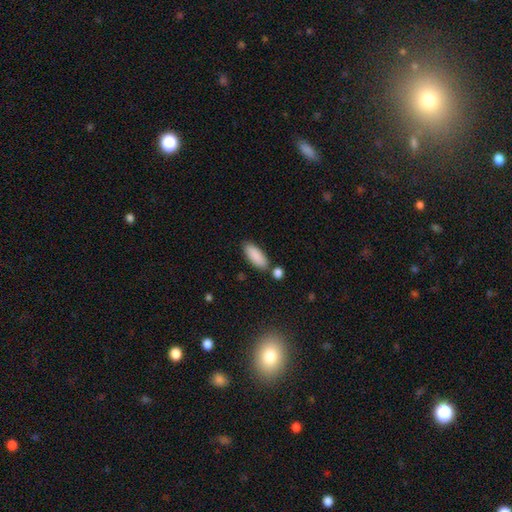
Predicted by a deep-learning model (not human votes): This appears to be a smooth galaxy with no disk features (88%) that is in between round and cigar-shaped (74%). Merging: none (76%).